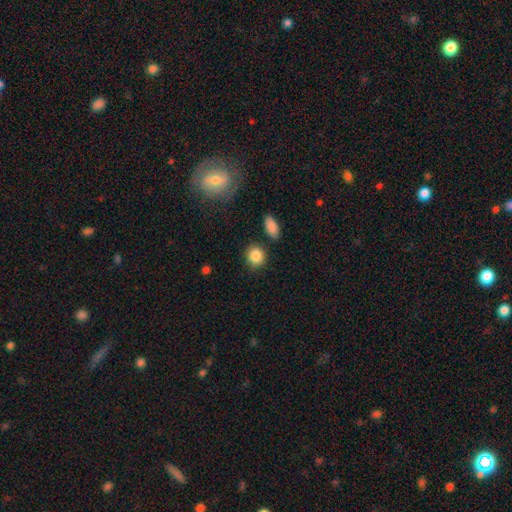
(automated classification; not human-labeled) Smooth or featured? smooth (87%)
How rounded? round (75%)
Merging? none (81%)